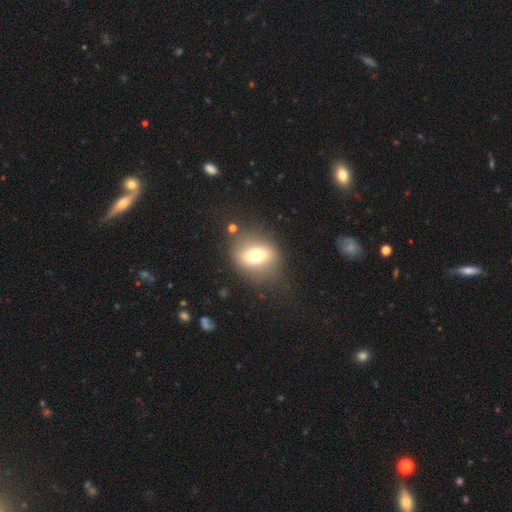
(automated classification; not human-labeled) The model was most divided on "how rounded" (2-way tie): round: 49%, in between: 49%, cigar-shaped: 2%. More confident: merging — none (72%); smooth or featured — smooth (63%).